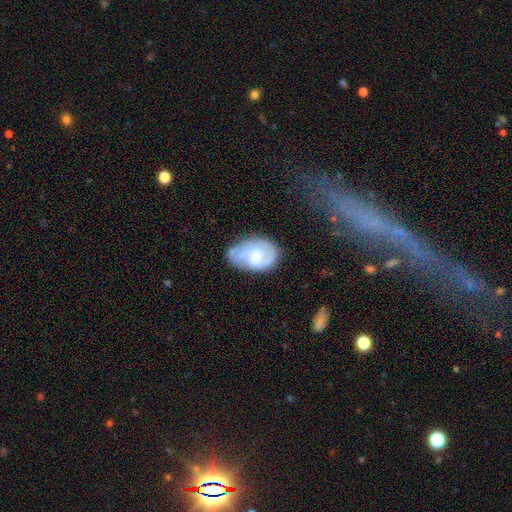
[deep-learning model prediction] Smooth or featured? featured or disk (46%, tied with smooth)
Merging? none (47%)